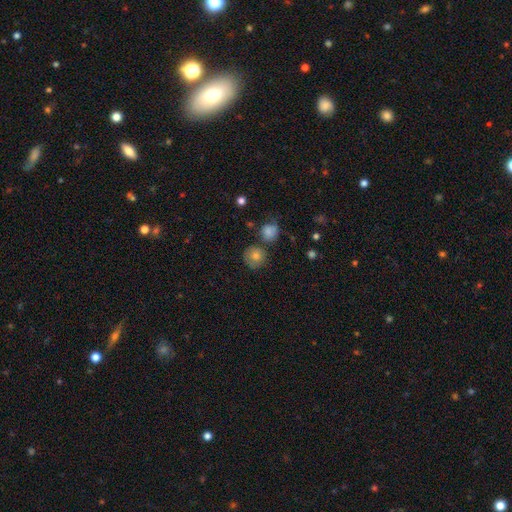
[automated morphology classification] This appears to be a smooth galaxy with no disk features (72%) that is round (90%). Merging: none (71%).